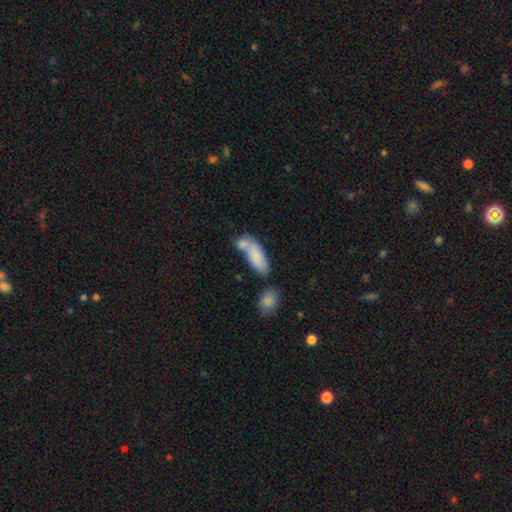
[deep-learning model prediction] smooth 79%, featured or disk 14%, star or artifact 7%. Down the decision tree: how rounded — in between (73%); merging — merger (38%, tied with none).